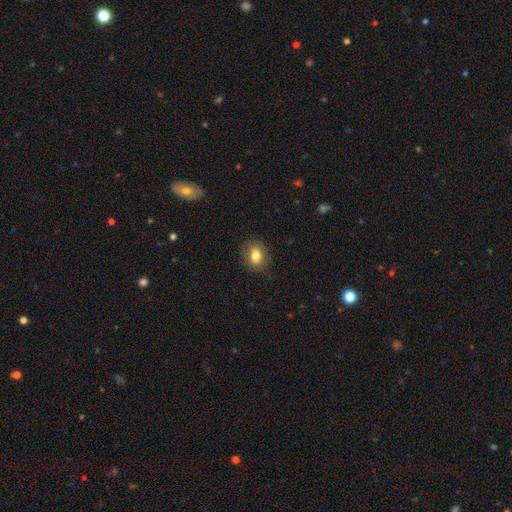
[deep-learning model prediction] This is clearly a smooth galaxy (81%). How rounded: possibly in between (57%). Merging: clearly none (85%).